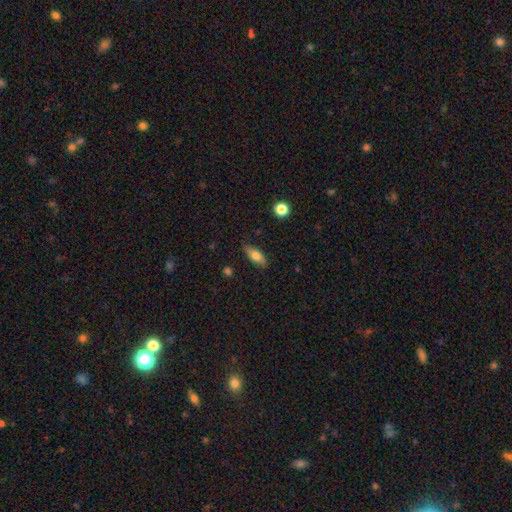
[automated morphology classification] type=smooth (66%); roundness=in between (69%); merging=none (79%).